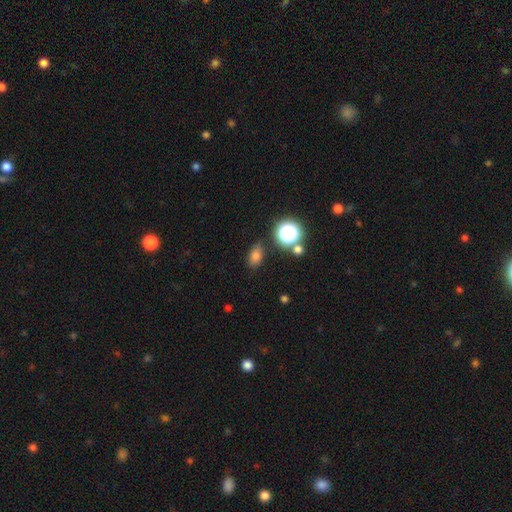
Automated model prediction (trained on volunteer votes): The model was most divided on "smooth or featured": smooth: 73%, star or artifact: 19%, featured or disk: 8%. More confident: merging — none (78%); how rounded — in between (76%).